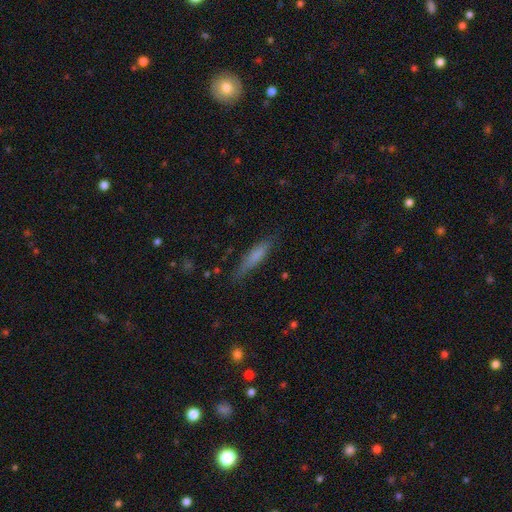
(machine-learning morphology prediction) smooth 69%, featured or disk 24%, star or artifact 8%. Down the decision tree: how rounded — cigar-shaped (85%); merging — none (76%).